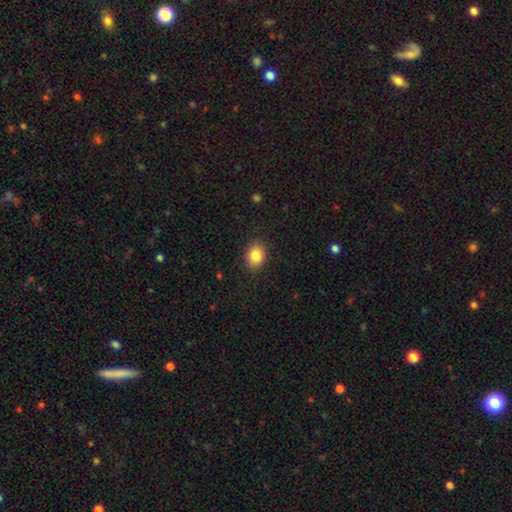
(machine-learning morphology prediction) smooth_or_featured: smooth (p=0.85) [alt: star or artifact p=0.09]
how_rounded: in between (p=0.58) [alt: round p=0.41]
merging: none (p=0.87) [alt: minor disturbance p=0.09]